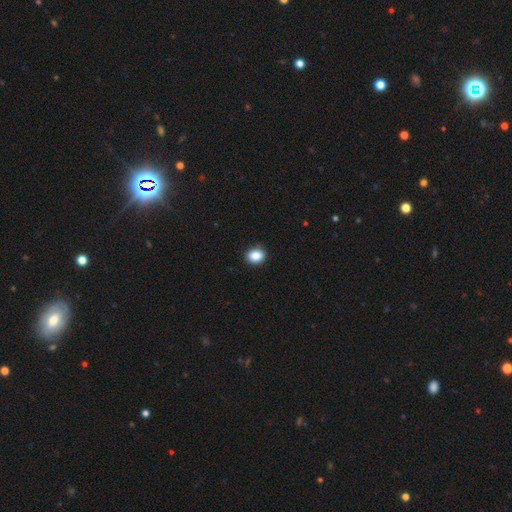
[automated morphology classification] Smooth or featured? smooth (88%)
How rounded? in between (53%)
Merging? none (87%)